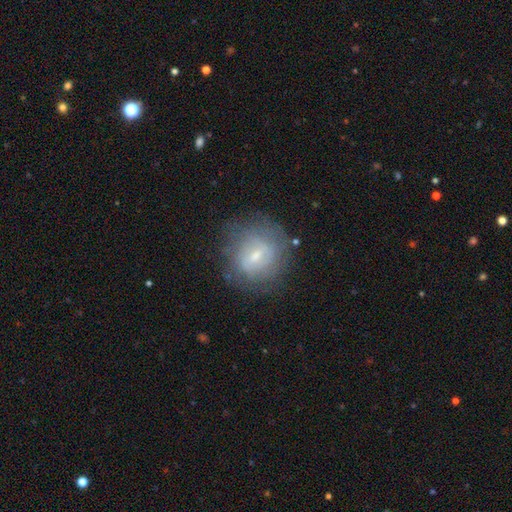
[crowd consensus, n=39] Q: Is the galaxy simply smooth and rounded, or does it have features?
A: featured or disk — 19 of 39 (49%).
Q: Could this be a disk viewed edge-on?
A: no — 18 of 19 (95%).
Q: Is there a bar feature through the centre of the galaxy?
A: weak — 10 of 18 (56%).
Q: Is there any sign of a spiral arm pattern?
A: no — 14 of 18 (78%).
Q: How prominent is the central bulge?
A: small — 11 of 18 (61%).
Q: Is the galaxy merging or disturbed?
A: none — 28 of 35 (80%).